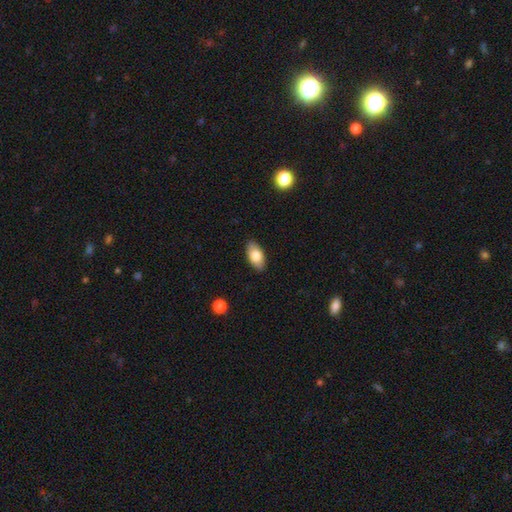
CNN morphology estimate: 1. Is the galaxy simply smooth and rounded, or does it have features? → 80% smooth, 14% featured or disk, 7% star or artifact.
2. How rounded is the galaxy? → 93% in between, 4% cigar-shaped, 3% round.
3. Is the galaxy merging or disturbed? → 88% none, 9% minor disturbance, 2% major disturbance, 1% merger.